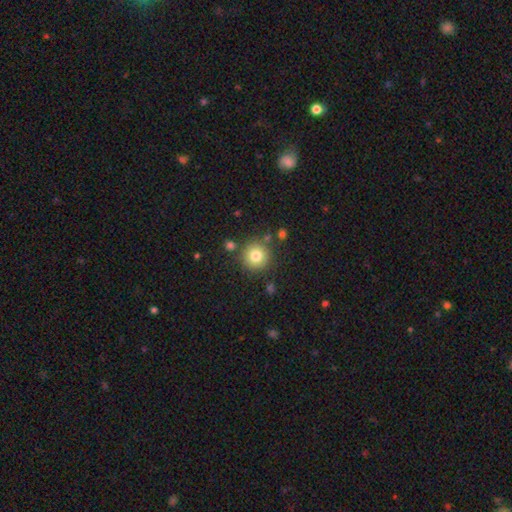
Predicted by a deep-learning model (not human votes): Smooth or featured? Predicted: smooth (p=0.80). How rounded? Predicted: round (p=0.94). Merging? Predicted: none (p=0.84).